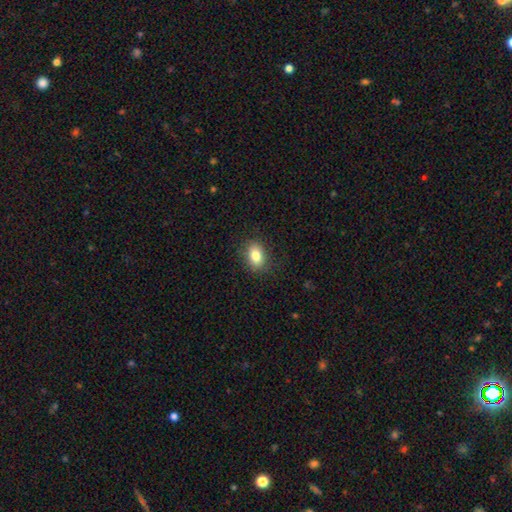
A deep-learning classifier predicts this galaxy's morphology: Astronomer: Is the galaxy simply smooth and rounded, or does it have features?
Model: smooth — 83%.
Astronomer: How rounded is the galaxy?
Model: in between — 77%.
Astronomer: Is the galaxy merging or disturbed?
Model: none — 85%.